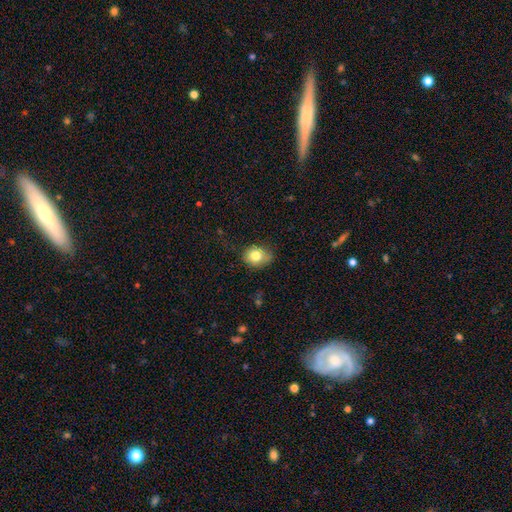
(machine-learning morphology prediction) Overall: smooth (80%). How rounded: round (51%; in between 48%). Merging: none (67%).